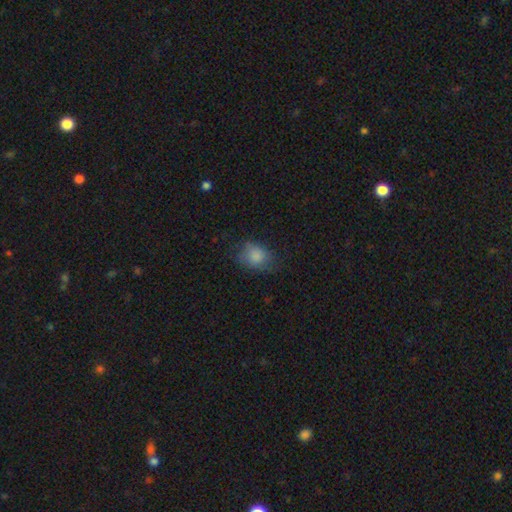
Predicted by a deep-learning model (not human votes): A smooth galaxy with no disk features (80%) that is in between round and cigar-shaped (62%). Merging: none (54%).